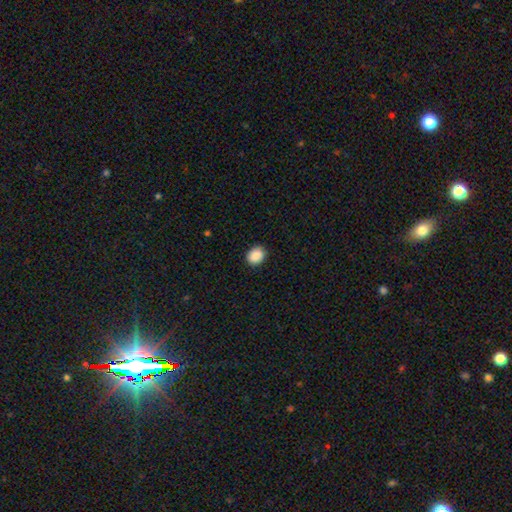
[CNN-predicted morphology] smooth_or_featured: smooth (p=0.90) [alt: star or artifact p=0.08]
how_rounded: round (p=0.54) [alt: in between p=0.45]
merging: none (p=0.90) [alt: minor disturbance p=0.07]